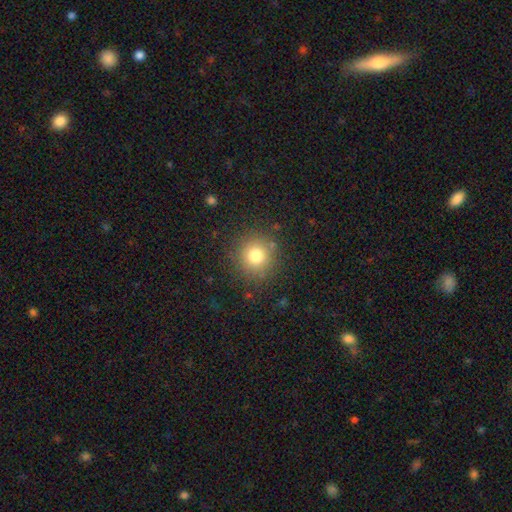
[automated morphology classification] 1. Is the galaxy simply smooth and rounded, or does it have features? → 78% smooth, 14% star or artifact, 9% featured or disk.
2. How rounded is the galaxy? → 93% round, 6% in between, 1% cigar-shaped.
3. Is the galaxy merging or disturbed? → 86% none, 8% minor disturbance, 4% major disturbance, 2% merger.